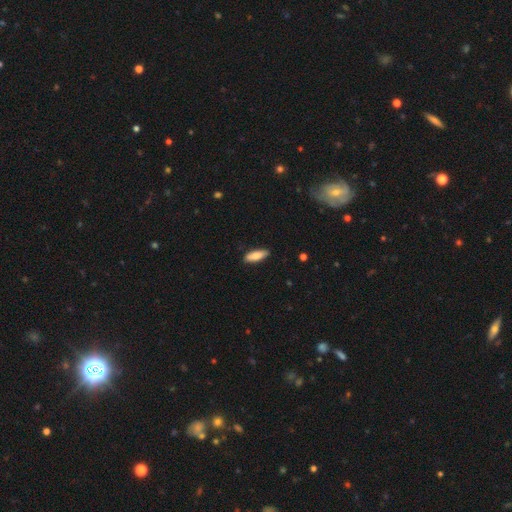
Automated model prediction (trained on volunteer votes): Smooth or featured?
  - smooth: 83% *
  - featured or disk: 11%
  - star or artifact: 6%
How rounded?
  - in between: 55% *
  - cigar-shaped: 44%
  - round: 2%
Merging?
  - none: 85% *
  - minor disturbance: 12%
  - major disturbance: 2%
  - merger: 1%